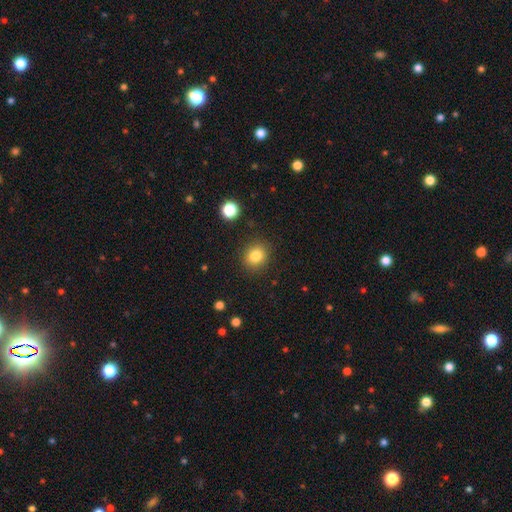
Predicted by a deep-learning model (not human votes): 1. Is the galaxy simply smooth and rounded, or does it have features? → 83% smooth, 11% star or artifact, 6% featured or disk.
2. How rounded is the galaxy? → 68% round, 31% in between, 1% cigar-shaped.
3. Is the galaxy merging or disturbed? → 87% none, 8% minor disturbance, 3% major disturbance, 2% merger.